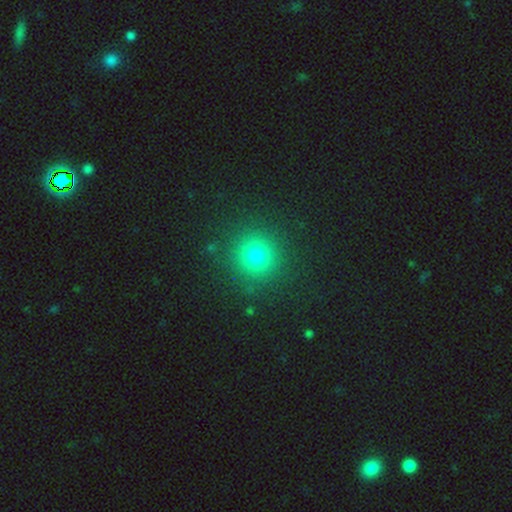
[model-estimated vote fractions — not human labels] Smooth or featured? smooth (76%)
How rounded? round (93%)
Merging? none (90%)